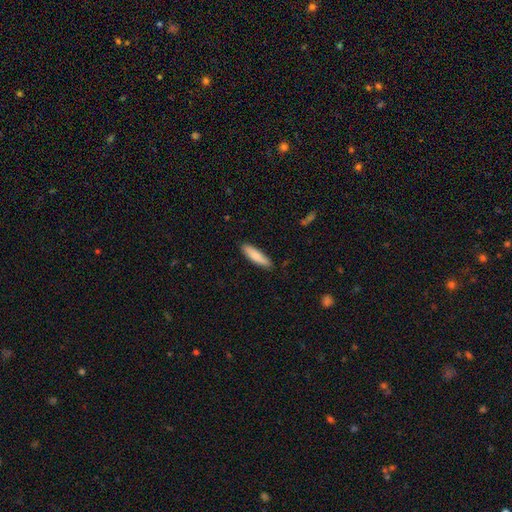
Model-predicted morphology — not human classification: A smooth galaxy with no disk features (82%) that is cigar-shaped (74%). Merging: none (87%).